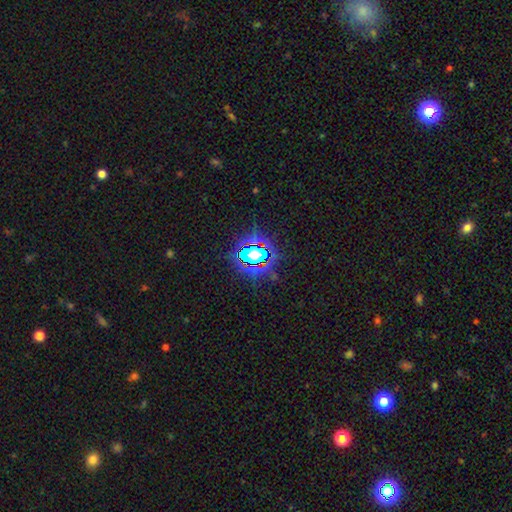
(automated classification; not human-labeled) Smooth or featured: star or artifact — 69% (smooth — 19%)